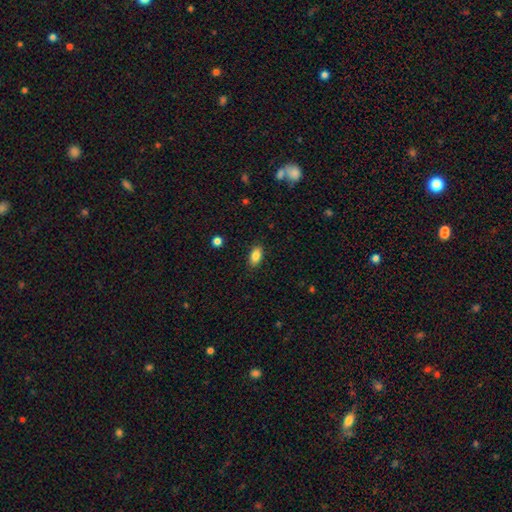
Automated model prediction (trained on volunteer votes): Q: Smooth or featured?
A: smooth (86%); runner-up: star or artifact (9%)
Q: How rounded?
A: in between (91%); runner-up: round (6%)
Q: Merging?
A: none (87%); runner-up: minor disturbance (9%)